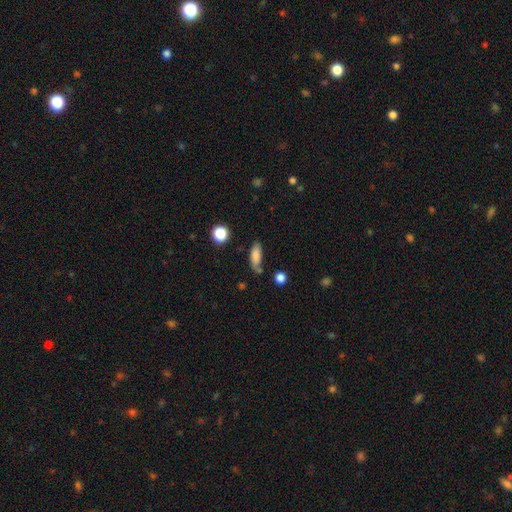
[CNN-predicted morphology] smooth_or_featured: smooth (p=0.80) [alt: featured or disk p=0.12]
how_rounded: in between (p=0.69) [alt: cigar-shaped p=0.27]
merging: none (p=0.60) [alt: minor disturbance p=0.25]